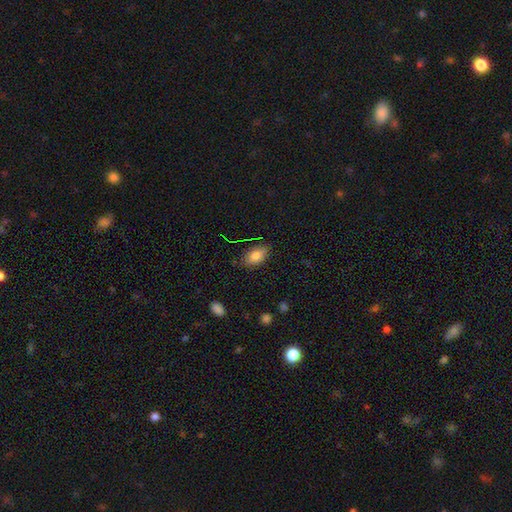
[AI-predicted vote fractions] A smooth galaxy with no disk features (79%) that is in between round and cigar-shaped (87%). Merging: none (81%).